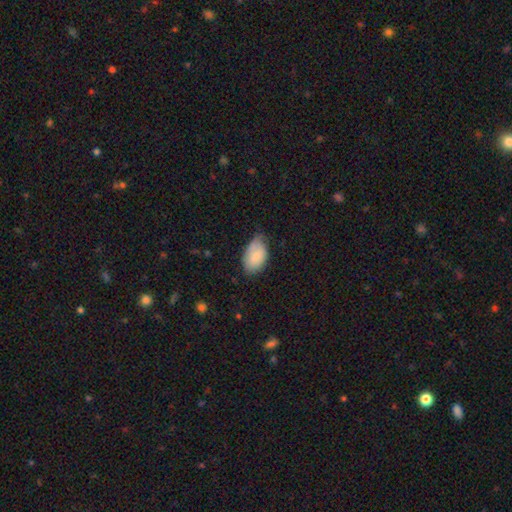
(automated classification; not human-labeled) Smooth or featured? smooth (80%)
How rounded? in between (93%)
Merging? none (55%)